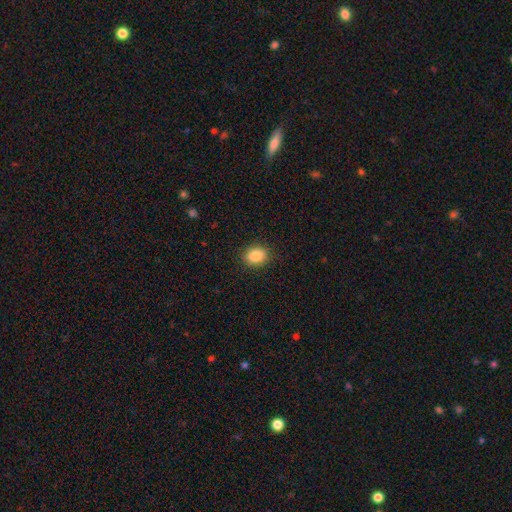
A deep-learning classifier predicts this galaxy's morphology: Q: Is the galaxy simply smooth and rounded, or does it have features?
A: smooth — 88%.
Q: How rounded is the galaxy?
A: in between — 60%.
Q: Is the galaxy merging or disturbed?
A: none — 88%.